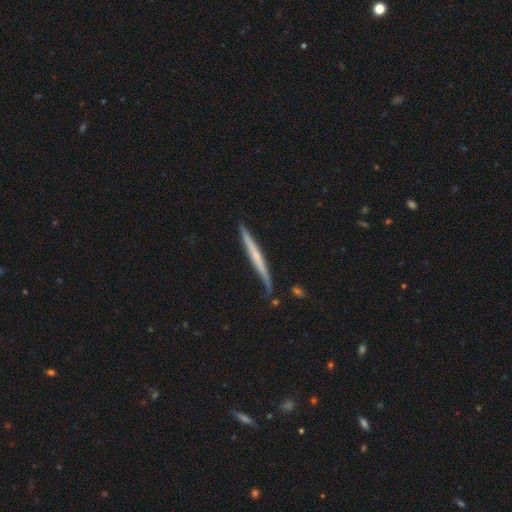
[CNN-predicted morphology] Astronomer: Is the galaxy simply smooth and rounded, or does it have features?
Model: featured or disk — 58% (runner-up: smooth, 36%).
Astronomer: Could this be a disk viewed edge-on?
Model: yes — 97%.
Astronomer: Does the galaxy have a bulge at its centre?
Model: none — 68%.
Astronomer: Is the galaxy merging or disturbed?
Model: none — 82%.